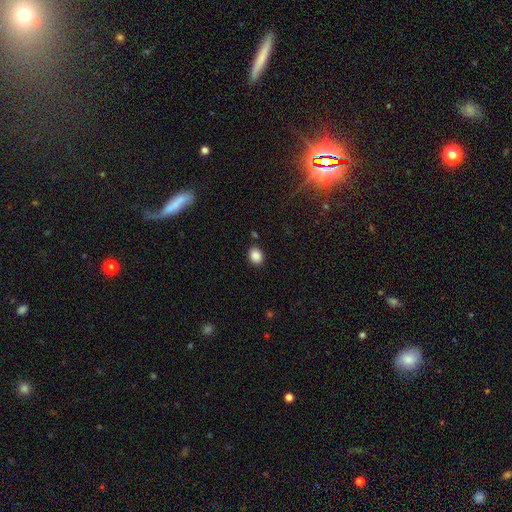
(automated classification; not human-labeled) A smooth galaxy with no disk features (87%) that is in between round and cigar-shaped (58%). Merging: none (87%).